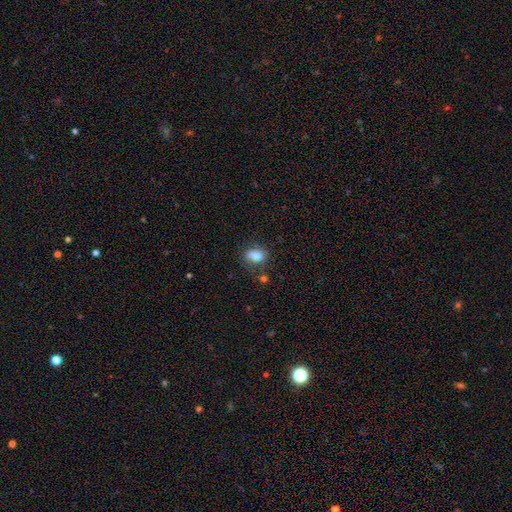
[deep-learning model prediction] A smooth galaxy with no disk features (85%) that is in between round and cigar-shaped (84%). Merging: none (65%).